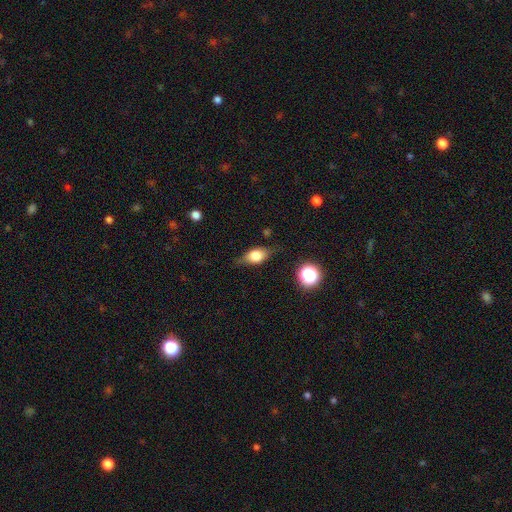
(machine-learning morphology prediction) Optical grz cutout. It shows a smooth galaxy with no disk features (63%) that is in between round and cigar-shaped (74%). Merging: none (70%).